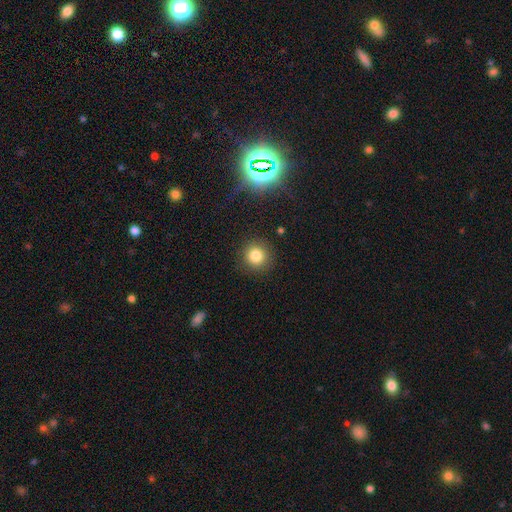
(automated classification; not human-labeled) Smooth or featured? Predicted: smooth (p=0.81). How rounded? Predicted: round (p=0.92). Merging? Predicted: none (p=0.88).